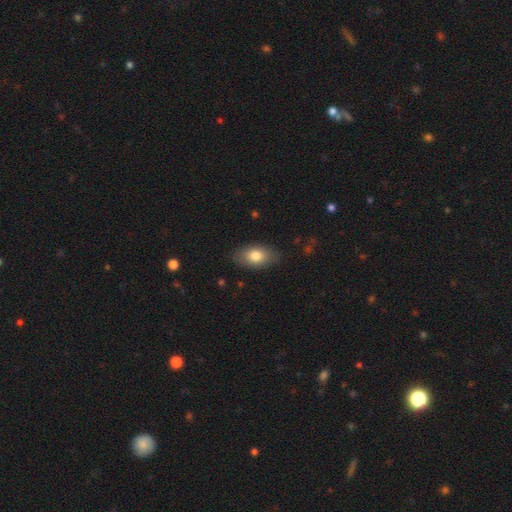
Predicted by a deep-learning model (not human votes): This is likely a smooth galaxy (79%). How rounded: clearly in between (91%). Merging: clearly none (85%).